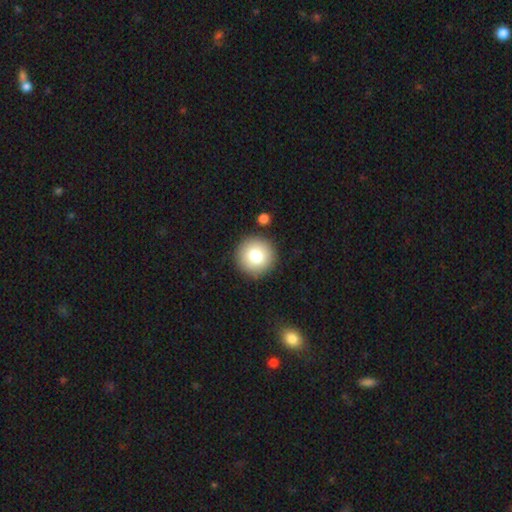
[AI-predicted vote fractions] Morphology: type=smooth (79%); roundness=round (95%); merging=none (89%).